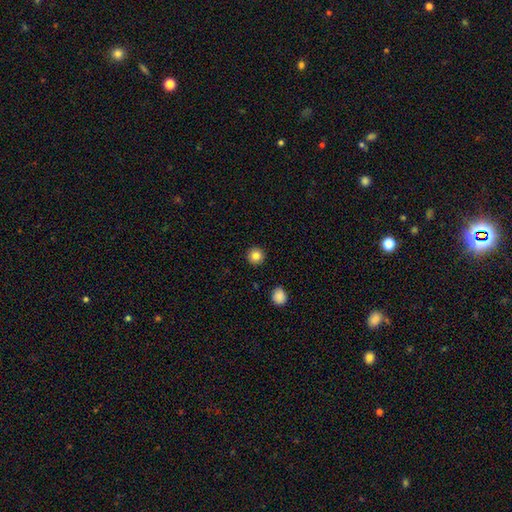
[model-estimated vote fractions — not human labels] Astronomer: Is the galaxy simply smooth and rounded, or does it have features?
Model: smooth — 84%.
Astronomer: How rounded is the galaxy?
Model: round — 95%.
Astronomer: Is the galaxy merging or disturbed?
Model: none — 93%.